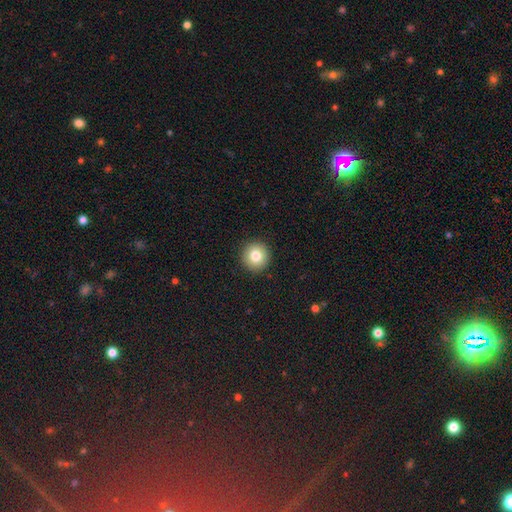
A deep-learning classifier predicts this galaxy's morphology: This is clearly a smooth galaxy (81%). How rounded: clearly round (95%). Merging: clearly none (93%).